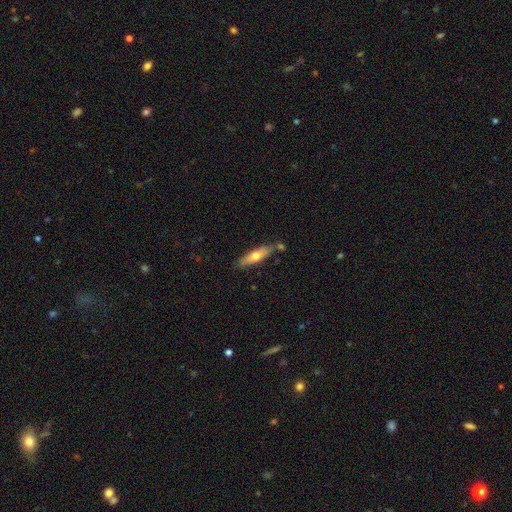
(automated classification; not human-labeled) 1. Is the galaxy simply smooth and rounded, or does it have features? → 55% smooth, 39% featured or disk, 6% star or artifact.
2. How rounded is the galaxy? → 69% cigar-shaped, 29% in between, 2% round.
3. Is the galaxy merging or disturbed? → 71% none, 16% minor disturbance, 10% merger, 3% major disturbance.